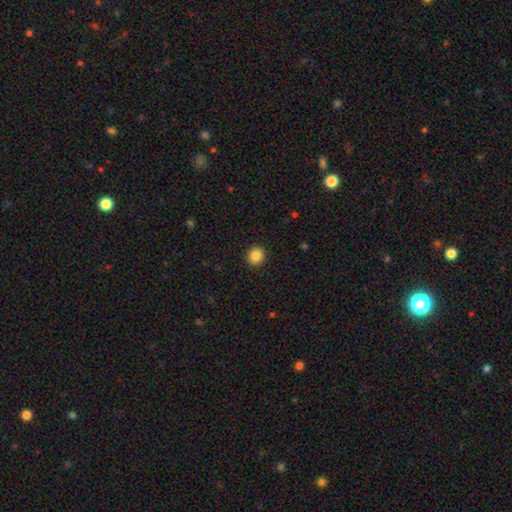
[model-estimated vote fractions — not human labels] Smooth or featured? Predicted: smooth (p=0.87). How rounded? Predicted: round (p=0.85). Merging? Predicted: none (p=0.92).